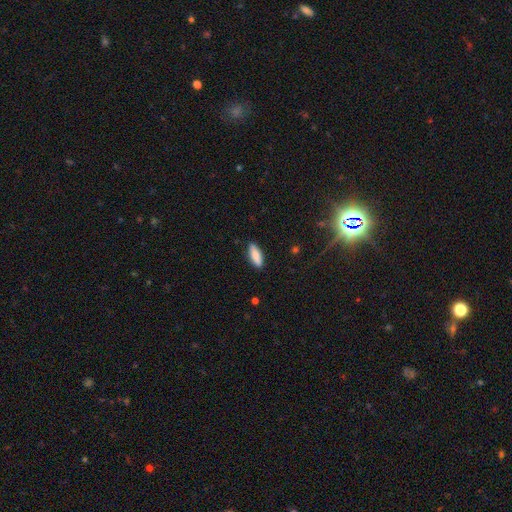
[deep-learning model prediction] Smooth or featured?
  - smooth: 84% *
  - featured or disk: 10%
  - star or artifact: 6%
How rounded?
  - in between: 55% *
  - cigar-shaped: 43%
  - round: 2%
Merging?
  - none: 88% *
  - minor disturbance: 9%
  - major disturbance: 2%
  - merger: 1%